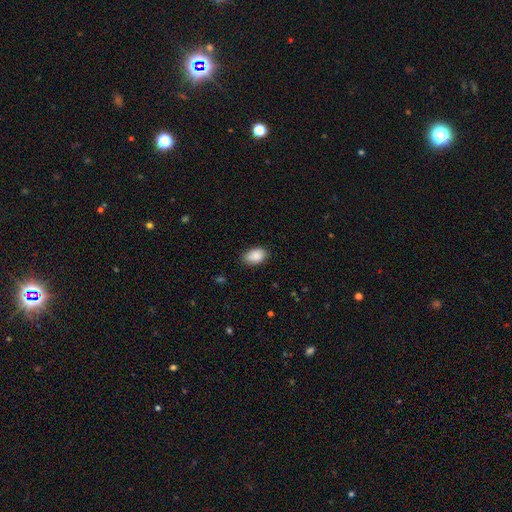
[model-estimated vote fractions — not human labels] A smooth galaxy with no disk features (88%) that is in between round and cigar-shaped (89%). Merging: none (80%).